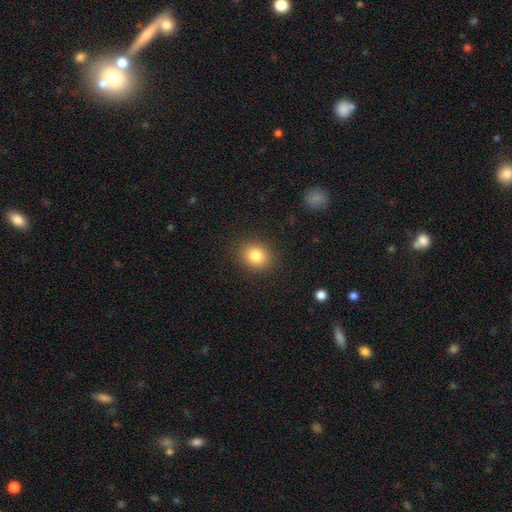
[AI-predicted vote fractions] This is clearly a smooth galaxy (83%). How rounded: likely round (65%). Merging: clearly none (89%).